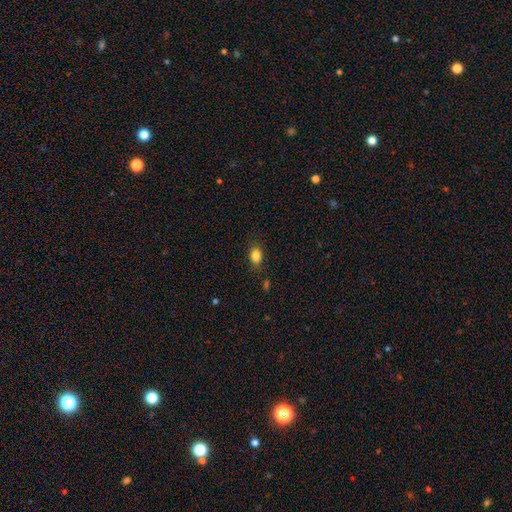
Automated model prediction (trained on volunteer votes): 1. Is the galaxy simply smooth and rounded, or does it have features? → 85% smooth, 10% star or artifact, 5% featured or disk.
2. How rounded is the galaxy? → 78% in between, 20% round, 2% cigar-shaped.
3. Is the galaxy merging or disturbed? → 81% none, 14% minor disturbance, 4% major disturbance, 2% merger.